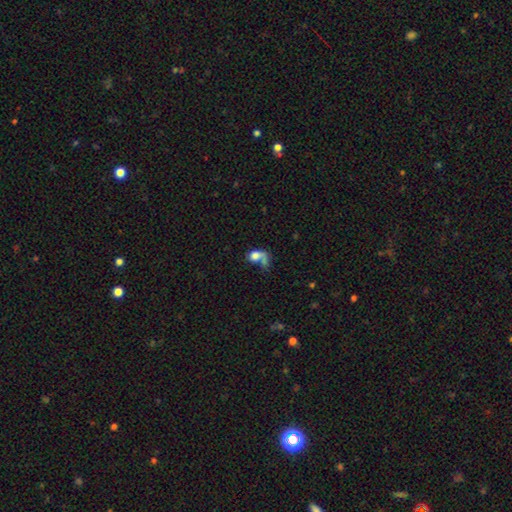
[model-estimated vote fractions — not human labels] A smooth galaxy with no disk features (60%) that is in between round and cigar-shaped (69%).

Vote fractions:
- Smooth or featured? smooth: 60% / featured or disk: 29% / star or artifact: 11%
- How rounded? in between: 69% / round: 28% / cigar-shaped: 3%
- Merging? major disturbance: 37% / merger: 25% / none: 24% / minor disturbance: 14%